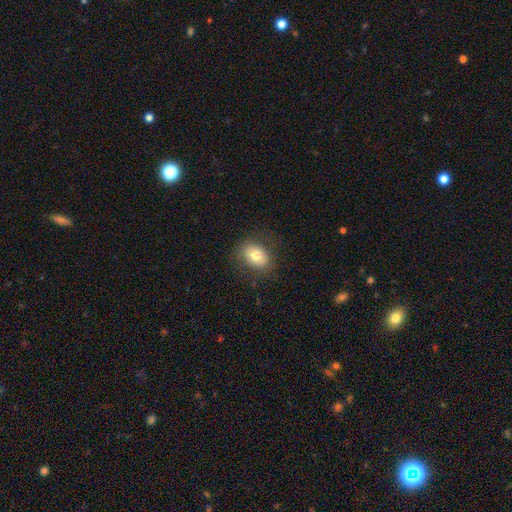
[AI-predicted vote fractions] Smooth or featured? Predicted: smooth (p=0.76). How rounded? Predicted: in between (p=0.63). Merging? Predicted: none (p=0.81).